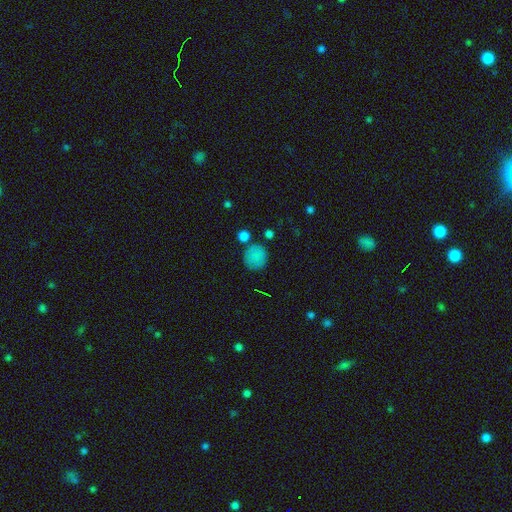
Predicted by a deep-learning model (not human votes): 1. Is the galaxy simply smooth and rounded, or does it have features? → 82% smooth, 11% star or artifact, 6% featured or disk.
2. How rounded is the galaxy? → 88% round, 11% in between, 1% cigar-shaped.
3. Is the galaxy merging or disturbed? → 74% none, 13% minor disturbance, 9% merger, 4% major disturbance.